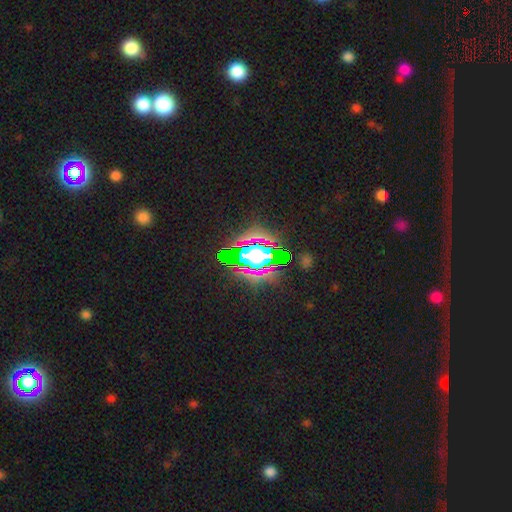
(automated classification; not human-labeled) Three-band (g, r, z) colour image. It shows a star or artifact, not a galaxy (61%).